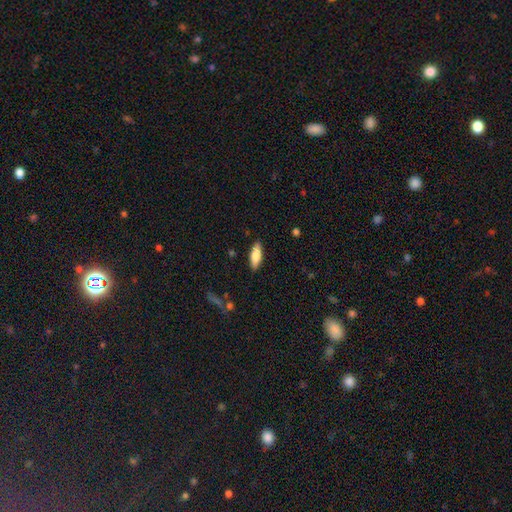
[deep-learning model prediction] smooth 75%, featured or disk 19%, star or artifact 6%. Down the decision tree: how rounded — in between (63%); merging — none (88%).